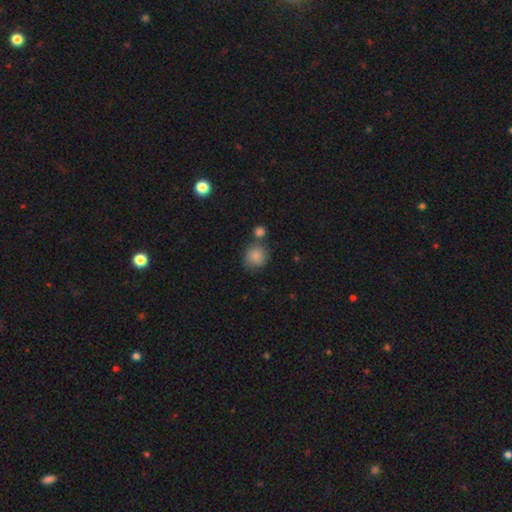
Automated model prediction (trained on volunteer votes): A smooth galaxy with no disk features (86%) that is round (86%).

Vote fractions:
- Smooth or featured? smooth: 86% / star or artifact: 8% / featured or disk: 6%
- How rounded? round: 86% / in between: 13% / cigar-shaped: 1%
- Merging? none: 63% / merger: 18% / minor disturbance: 15% / major disturbance: 5%